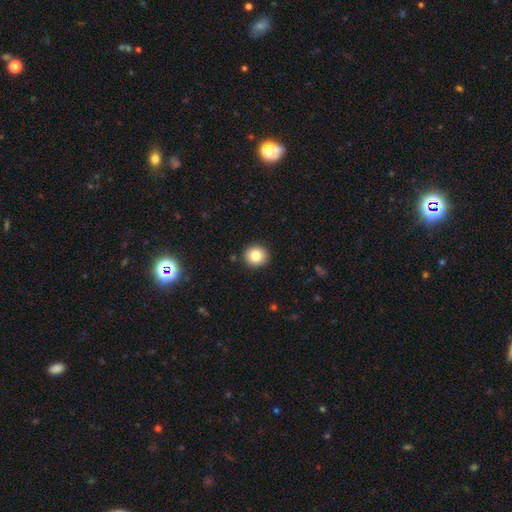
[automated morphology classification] A smooth galaxy with no disk features (82%) that is round (93%).

Vote fractions:
- Smooth or featured? smooth: 82% / star or artifact: 10% / featured or disk: 8%
- How rounded? round: 93% / in between: 6% / cigar-shaped: 1%
- Merging? none: 92% / minor disturbance: 5% / major disturbance: 2% / merger: 1%